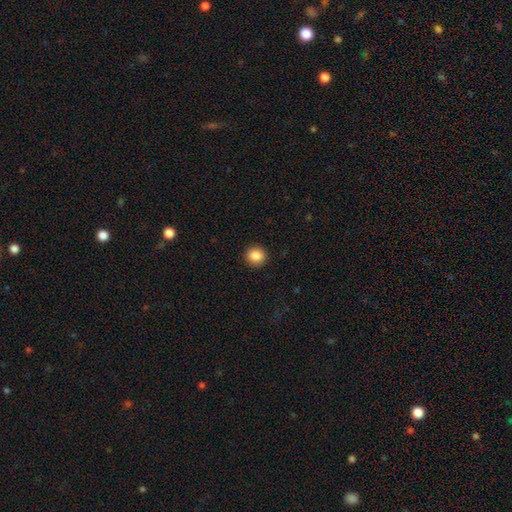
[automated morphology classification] type=smooth (87%); roundness=round (89%); merging=none (92%).